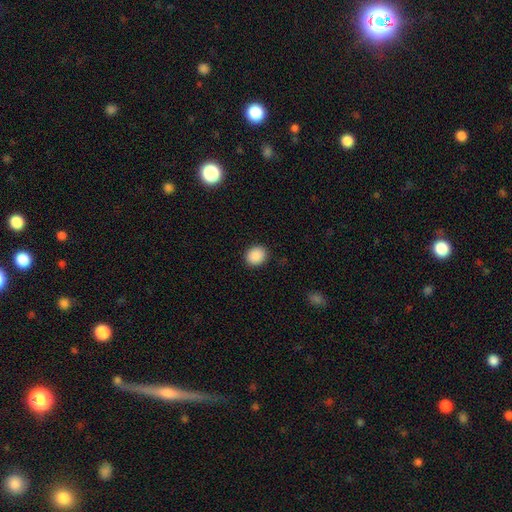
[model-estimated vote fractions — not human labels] smooth 89%, star or artifact 8%, featured or disk 3%. Down the decision tree: how rounded — round (65%); merging — none (90%).